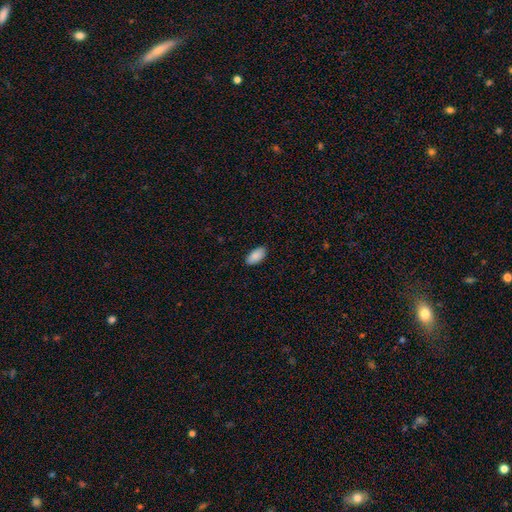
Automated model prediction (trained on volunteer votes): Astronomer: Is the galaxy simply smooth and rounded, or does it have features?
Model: smooth — 89%.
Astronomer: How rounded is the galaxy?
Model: in between — 95%.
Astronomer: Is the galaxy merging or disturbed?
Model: none — 88%.